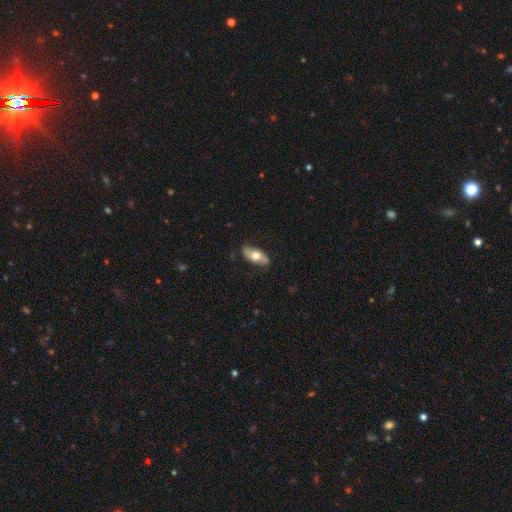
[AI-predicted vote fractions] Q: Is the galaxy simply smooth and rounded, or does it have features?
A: smooth — 58%.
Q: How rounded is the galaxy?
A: in between — 86%.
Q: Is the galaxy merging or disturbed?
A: none — 80%.